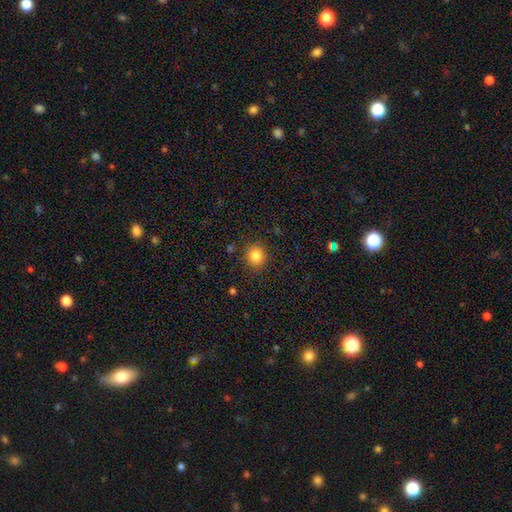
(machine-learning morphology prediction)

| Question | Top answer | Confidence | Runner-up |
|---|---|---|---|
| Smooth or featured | smooth | 84% | star or artifact (11%) |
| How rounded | round | 87% | in between (12%) |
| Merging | none | 88% | minor disturbance (8%) |